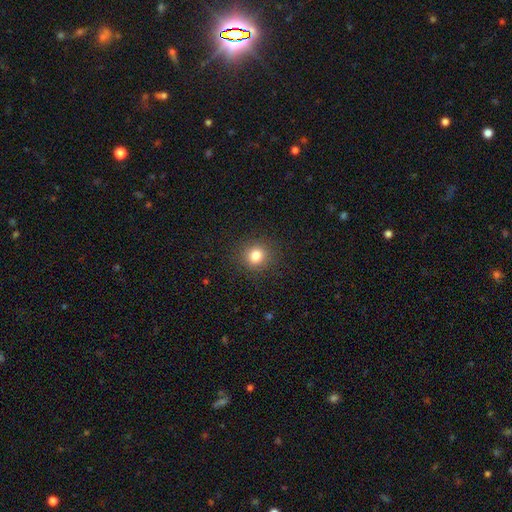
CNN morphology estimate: The model was most divided on "smooth or featured": smooth: 81%, star or artifact: 13%, featured or disk: 6%. More confident: merging — none (90%); how rounded — round (88%).